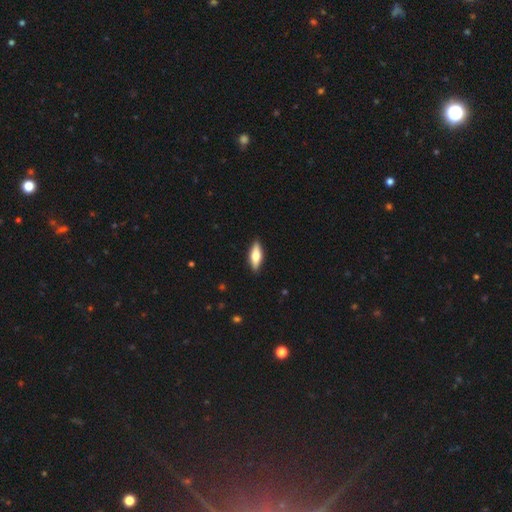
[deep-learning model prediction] The model was most divided on "how rounded": in between: 59%, cigar-shaped: 39%, round: 2%. More confident: merging — none (89%); smooth or featured — smooth (62%).